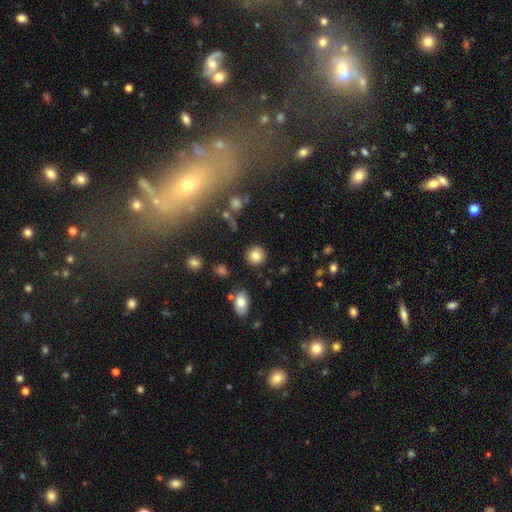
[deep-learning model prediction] A smooth galaxy with no disk features (82%) that is round (87%).

Vote fractions:
- Smooth or featured? smooth: 82% / star or artifact: 10% / featured or disk: 8%
- How rounded? round: 87% / in between: 12% / cigar-shaped: 1%
- Merging? none: 88% / minor disturbance: 7% / major disturbance: 2% / merger: 2%